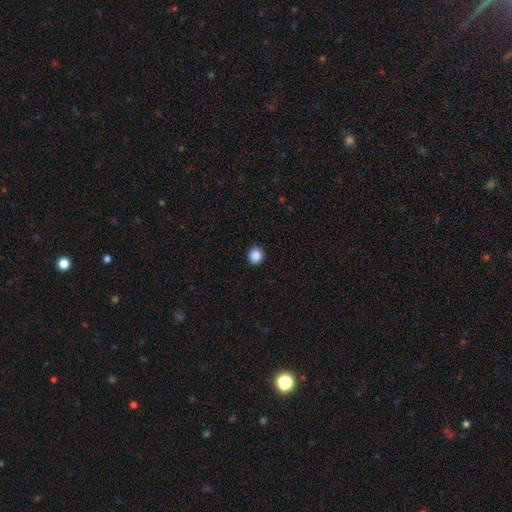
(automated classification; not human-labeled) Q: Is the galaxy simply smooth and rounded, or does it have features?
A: smooth — 88%.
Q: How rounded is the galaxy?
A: round — 87%.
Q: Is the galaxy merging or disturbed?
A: none — 92%.